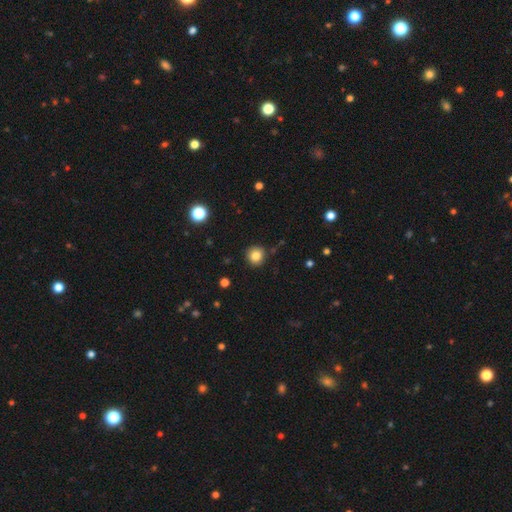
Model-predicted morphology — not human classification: Overall: smooth (83%). How rounded: round (92%). Merging: none (88%).